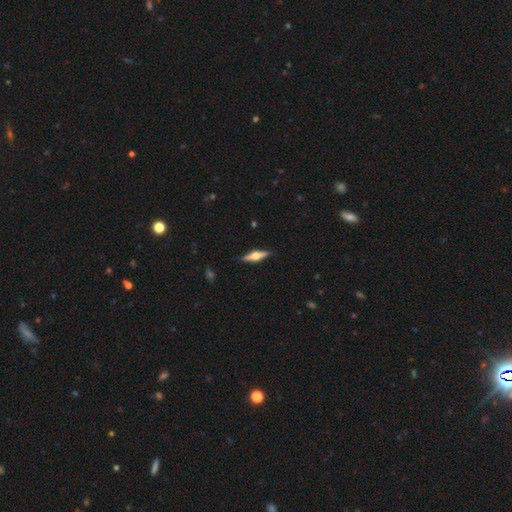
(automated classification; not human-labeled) Smooth or featured? Predicted: featured or disk (p=0.65). Edge-on disk? Predicted: yes (p=0.96). Edge-on bulge? Predicted: rounded (p=0.93). Merging? Predicted: none (p=0.89).